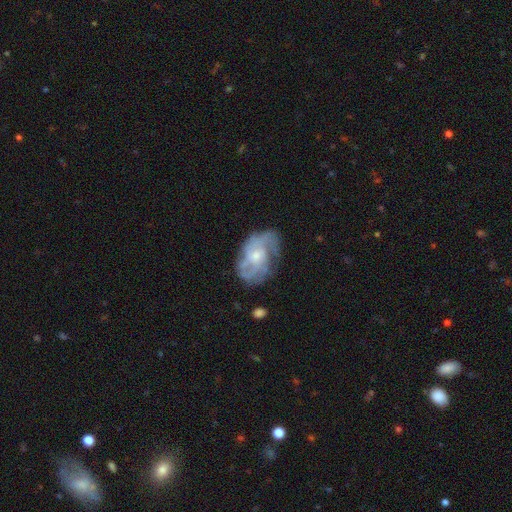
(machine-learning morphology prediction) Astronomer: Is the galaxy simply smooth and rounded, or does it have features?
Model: featured or disk — 79%.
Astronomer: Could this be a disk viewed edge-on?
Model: no — 97%.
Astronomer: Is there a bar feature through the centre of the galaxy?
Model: no — 69%.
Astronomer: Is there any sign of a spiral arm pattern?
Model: yes — 90%.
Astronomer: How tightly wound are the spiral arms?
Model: medium — 43% (runner-up: tight, 38%).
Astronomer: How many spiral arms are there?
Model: can't tell — 34% (runner-up: 3, 22%).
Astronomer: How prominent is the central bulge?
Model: small — 55% (runner-up: moderate, 37%).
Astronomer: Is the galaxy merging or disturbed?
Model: none — 62%.